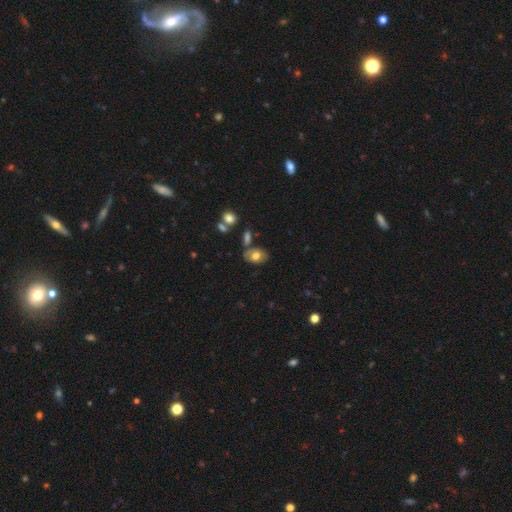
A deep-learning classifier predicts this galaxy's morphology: Smooth or featured?
  - smooth: 72% *
  - featured or disk: 19%
  - star or artifact: 9%
How rounded?
  - in between: 84% *
  - round: 15%
  - cigar-shaped: 1%
Merging?
  - none: 68% *
  - minor disturbance: 16%
  - merger: 11%
  - major disturbance: 4%